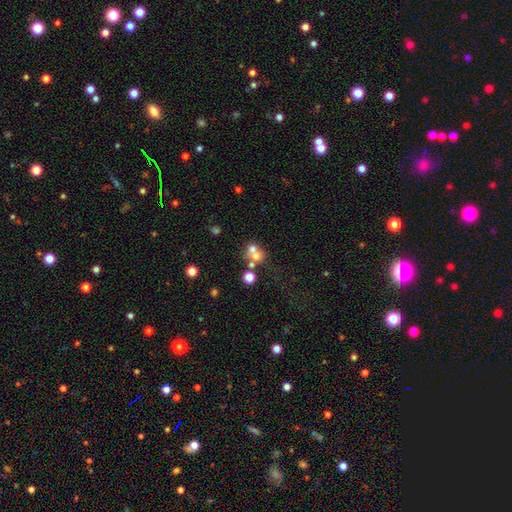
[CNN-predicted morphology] This appears to be a smooth galaxy with no disk features (61%) that is round (77%). Merging: merger (54%).